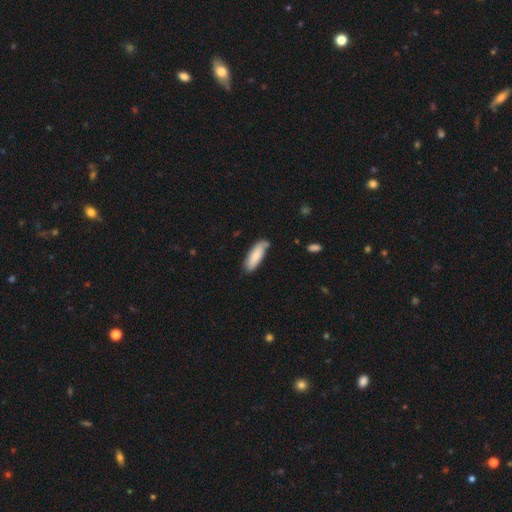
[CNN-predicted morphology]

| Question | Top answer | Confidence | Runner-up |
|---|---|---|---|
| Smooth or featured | smooth | 83% | featured or disk (12%) |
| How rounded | in between | 61% | cigar-shaped (38%) |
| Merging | none | 70% | minor disturbance (22%) |